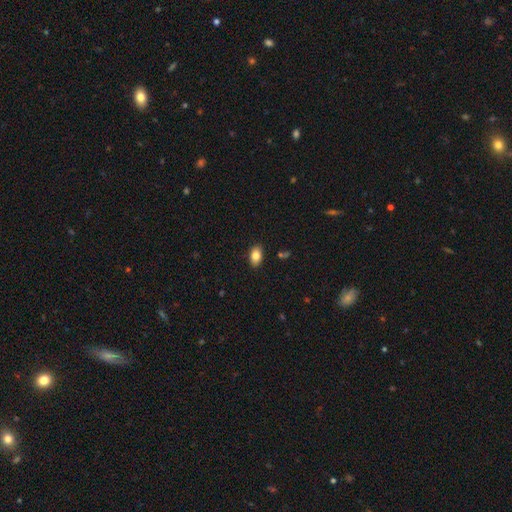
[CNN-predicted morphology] The model was most divided on "smooth or featured": smooth: 82%, featured or disk: 10%, star or artifact: 8%. More confident: how rounded — in between (88%); merging — none (88%).